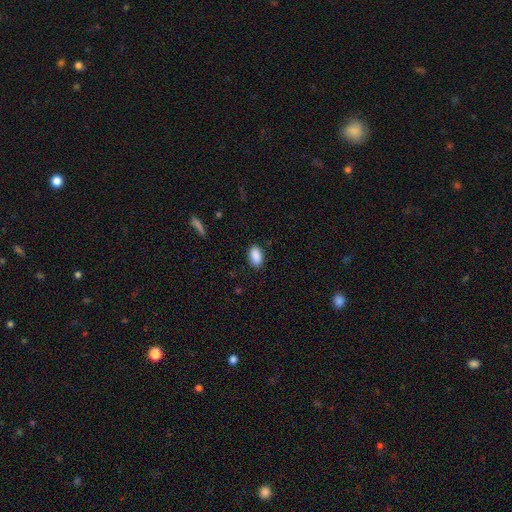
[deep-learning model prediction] This appears to be a smooth galaxy with no disk features (90%) that is in between round and cigar-shaped (93%). Merging: none (86%).